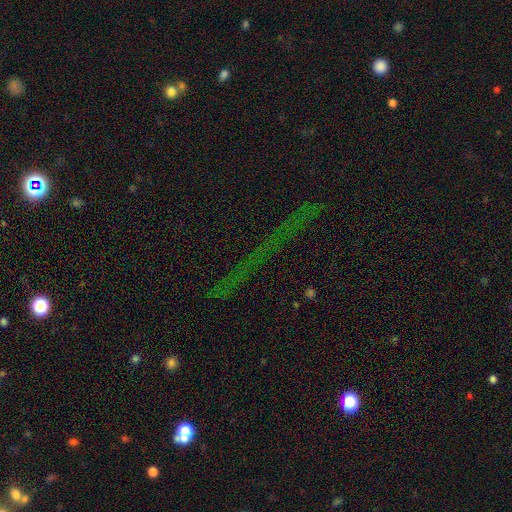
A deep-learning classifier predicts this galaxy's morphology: smooth_or_featured: star or artifact (p=0.71) [alt: smooth p=0.16]